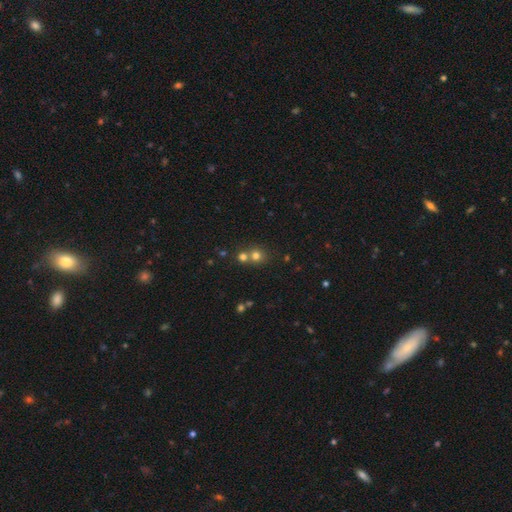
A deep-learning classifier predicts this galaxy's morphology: This appears to be a smooth galaxy with no disk features (72%) that is round (85%). Merging: none (51%).